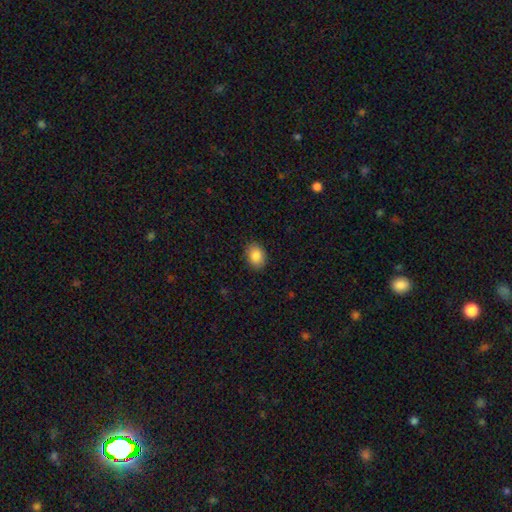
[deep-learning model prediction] smooth_or_featured: smooth (p=0.87) [alt: star or artifact p=0.08]
how_rounded: in between (p=0.70) [alt: round p=0.29]
merging: none (p=0.88) [alt: minor disturbance p=0.09]